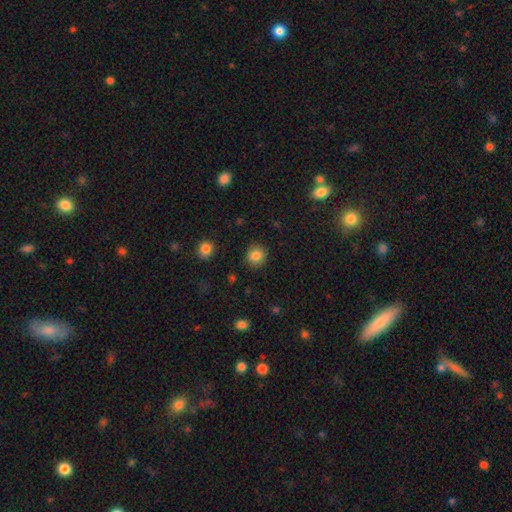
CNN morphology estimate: A smooth galaxy with no disk features (84%) that is round (86%). Merging: none (89%).